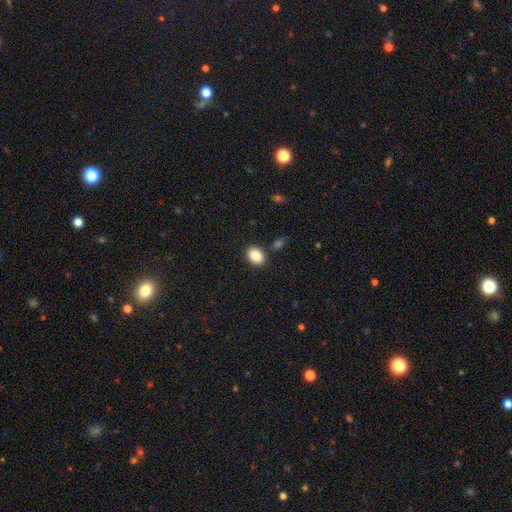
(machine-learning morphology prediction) smooth-or-featured: smooth: 88% | star or artifact: 8% | featured or disk: 4%
  how-rounded: in between: 73% | round: 26% | cigar-shaped: 1%
  merging: none: 84% | minor disturbance: 9% | merger: 4% | major disturbance: 3%